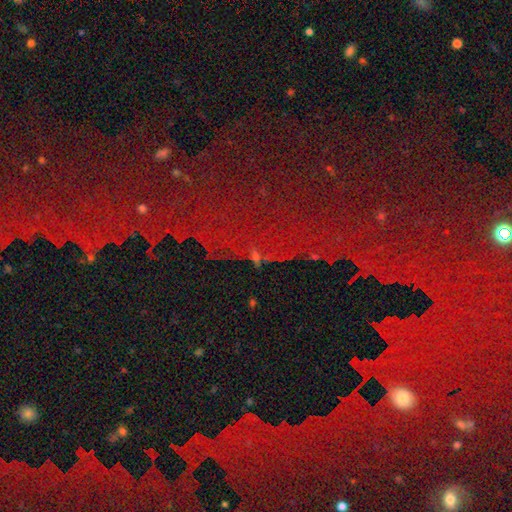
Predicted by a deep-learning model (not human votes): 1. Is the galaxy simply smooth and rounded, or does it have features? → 80% star or artifact, 10% featured or disk, 10% smooth.